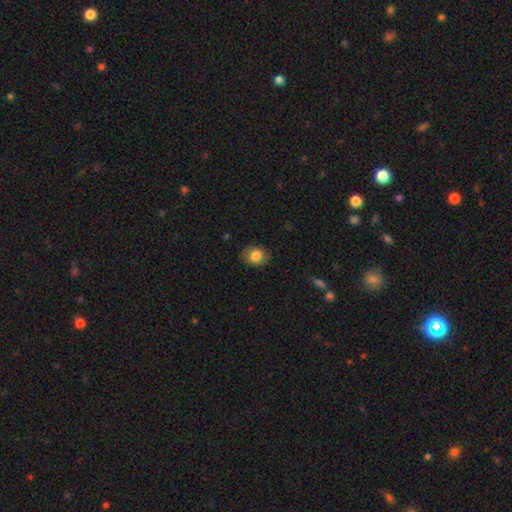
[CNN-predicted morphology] This is clearly a smooth galaxy (83%). How rounded: possibly round (56%). Merging: clearly none (85%).